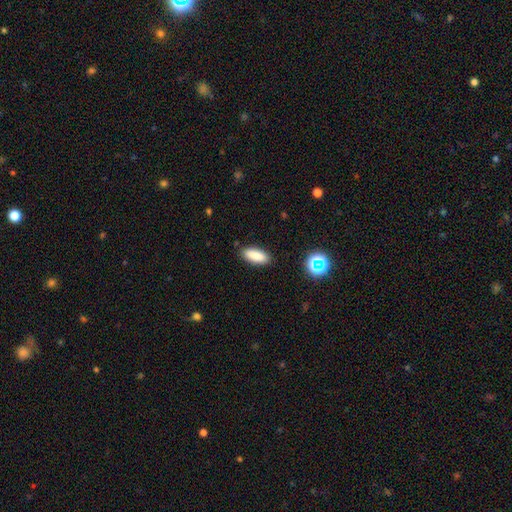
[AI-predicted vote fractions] Smooth or featured: smooth — 86% (star or artifact — 8%)
How rounded: in between — 79% (cigar-shaped — 19%)
Merging: none — 87% (minor disturbance — 9%)